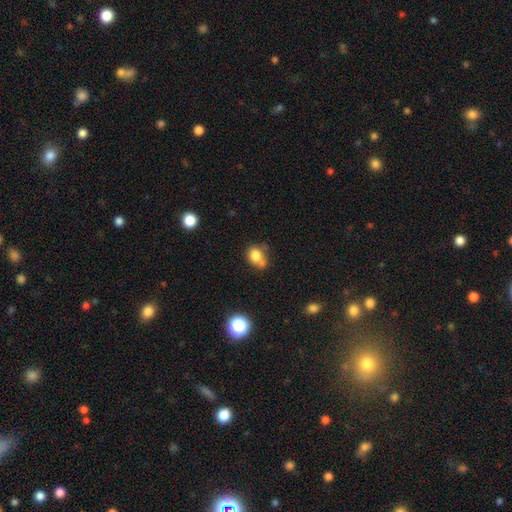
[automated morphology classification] smooth_or_featured: smooth (p=0.78) [alt: star or artifact p=0.12]
how_rounded: round (p=0.54) [alt: in between p=0.45]
merging: none (p=0.43) [alt: merger p=0.25]